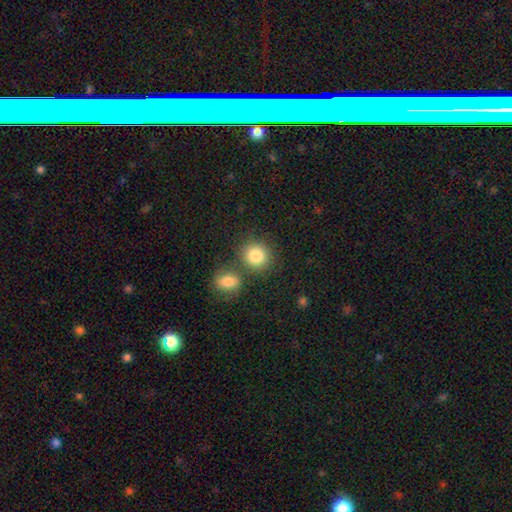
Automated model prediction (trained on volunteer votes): Overall: smooth (84%). How rounded: round (84%). Merging: none (66%).